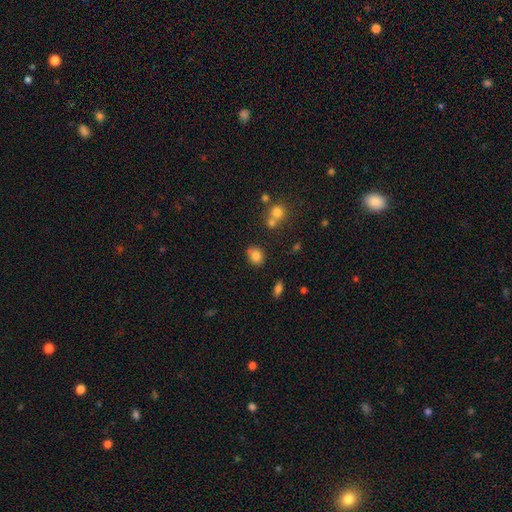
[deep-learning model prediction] smooth-or-featured: smooth: 81% | star or artifact: 11% | featured or disk: 7%
  how-rounded: round: 54% | in between: 45% | cigar-shaped: 1%
  merging: none: 68% | minor disturbance: 18% | merger: 10% | major disturbance: 4%